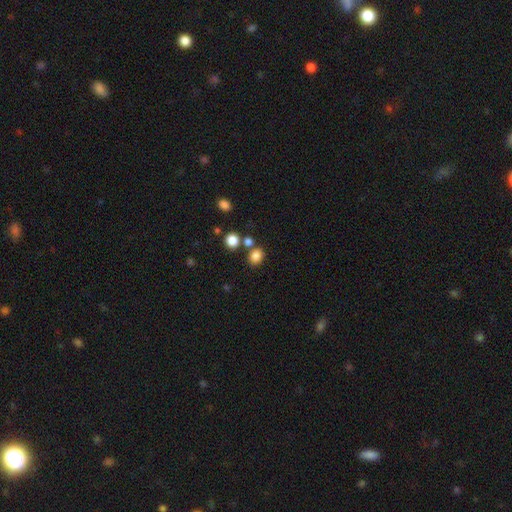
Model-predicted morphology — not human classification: The model was most divided on "how rounded": round: 59%, in between: 40%, cigar-shaped: 1%. More confident: smooth or featured — smooth (83%); merging — none (70%).